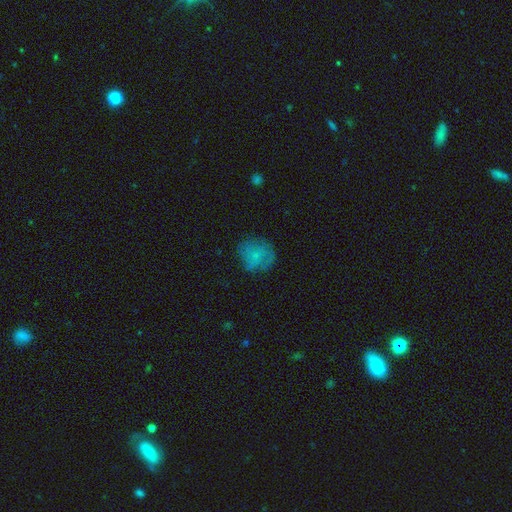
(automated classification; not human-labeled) This appears to be a smooth galaxy with no disk features (66%) that is round (81%). Merging: none (63%).